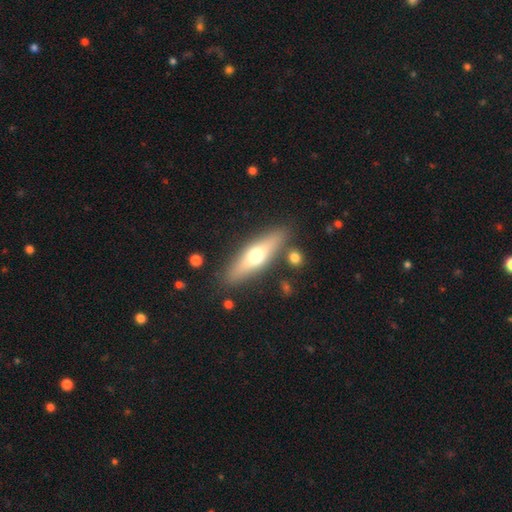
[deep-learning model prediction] Smooth or featured? smooth (48%)
Merging? none (85%)